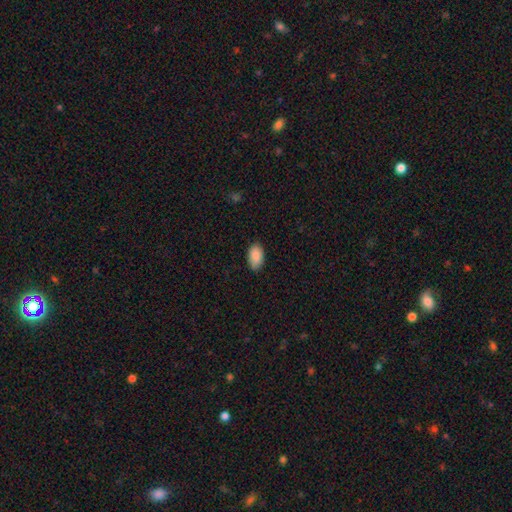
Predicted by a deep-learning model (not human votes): Smooth or featured?
  - smooth: 87% *
  - star or artifact: 7%
  - featured or disk: 6%
How rounded?
  - in between: 94% *
  - round: 5%
  - cigar-shaped: 2%
Merging?
  - none: 81% *
  - minor disturbance: 15%
  - major disturbance: 2%
  - merger: 1%